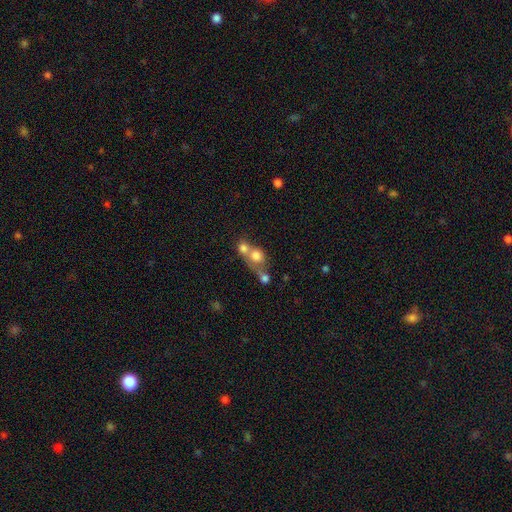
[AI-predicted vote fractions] This appears to be a smooth galaxy with no disk features (73%) that is round (77%). Merging: merger (64%).